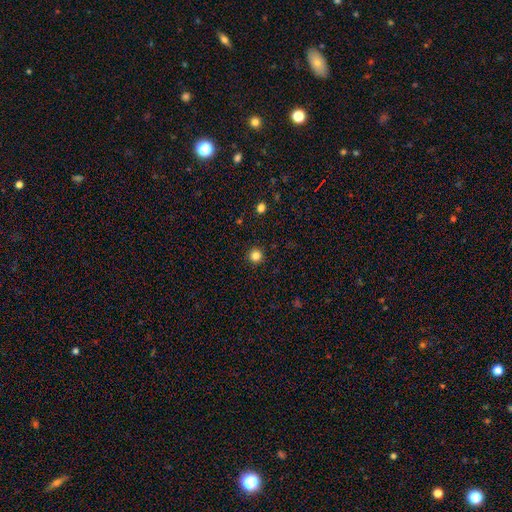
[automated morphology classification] Smooth or featured? smooth (84%)
How rounded? round (96%)
Merging? none (93%)